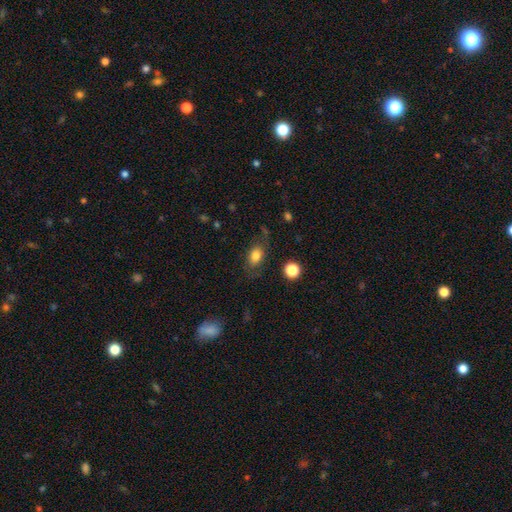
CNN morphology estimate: Smooth or featured? Predicted: smooth (p=0.79). How rounded? Predicted: in between (p=0.80). Merging? Predicted: none (p=0.72).